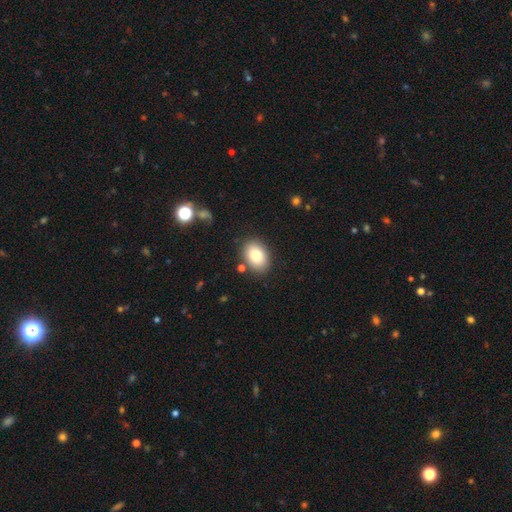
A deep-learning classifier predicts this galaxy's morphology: This is clearly a smooth galaxy (83%). How rounded: clearly in between (81%). Merging: clearly none (84%).